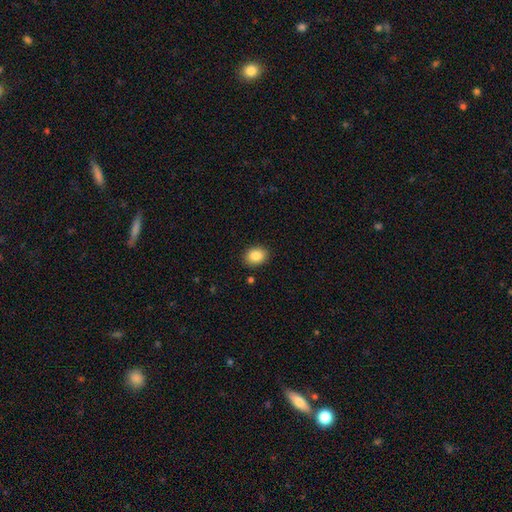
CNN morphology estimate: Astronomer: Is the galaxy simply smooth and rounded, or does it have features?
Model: smooth — 86%.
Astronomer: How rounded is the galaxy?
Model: in between — 56% (runner-up: round, 43%).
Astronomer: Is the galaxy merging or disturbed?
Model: none — 89%.